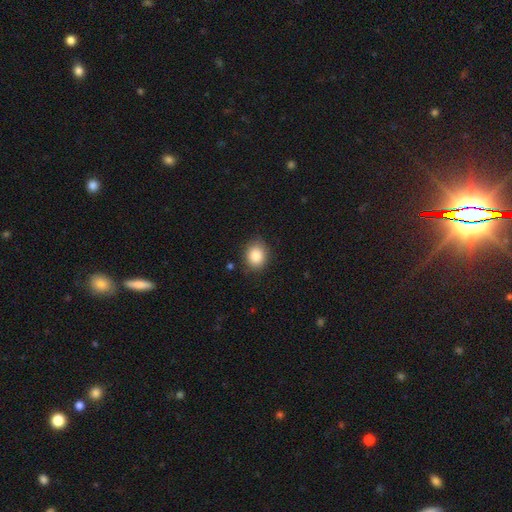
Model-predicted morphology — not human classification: Overall: smooth (86%). How rounded: round (66%; in between 33%). Merging: none (83%).